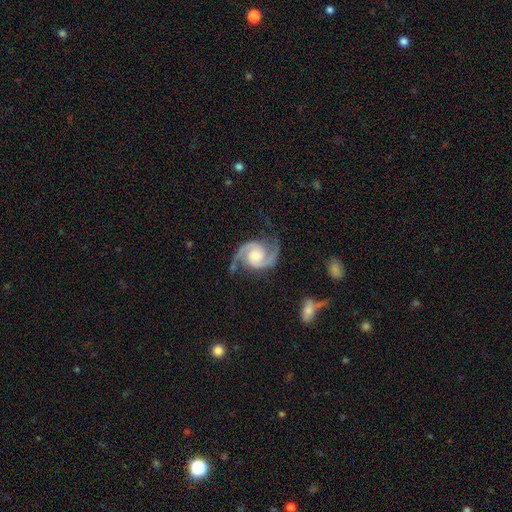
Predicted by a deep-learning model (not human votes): Smooth or featured: featured or disk — 93% (star or artifact — 4%)
Edge-on disk: no — 98% (yes — 2%)
Bar: no — 65% (weak — 28%)
Spiral arms: yes — 99% (no — 1%)
Spiral winding: medium — 59% (tight — 21%)
Spiral arm count: 2 — 95% (can't tell — 1%)
Bulge size: moderate — 40% (small — 24%)
Merging: none — 76% (minor disturbance — 16%)